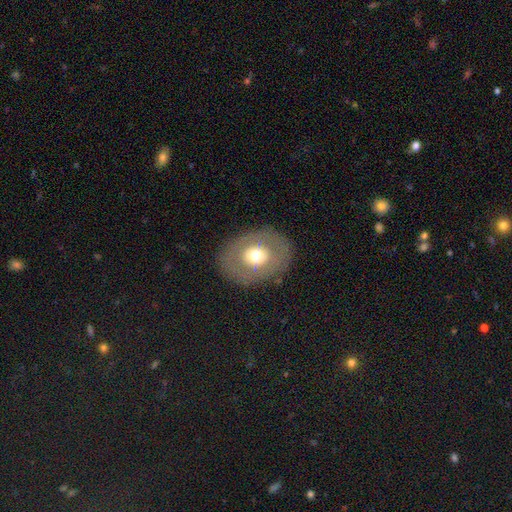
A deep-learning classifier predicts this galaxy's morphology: Q: Smooth or featured?
A: smooth (53%); runner-up: featured or disk (40%)
Q: How rounded?
A: in between (61%); runner-up: round (38%)
Q: Merging?
A: none (84%); runner-up: minor disturbance (10%)